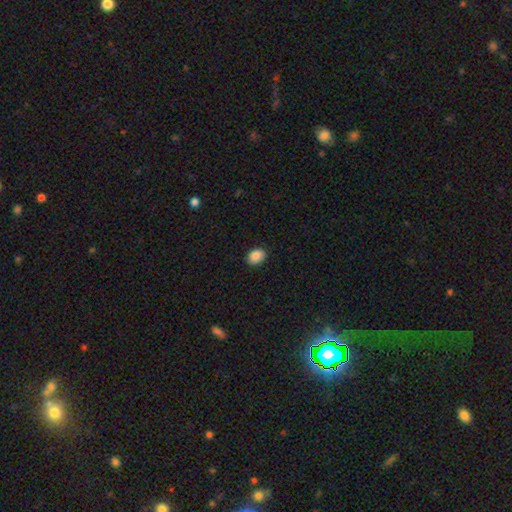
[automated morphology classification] Overall: smooth (88%). How rounded: in between (70%). Merging: none (89%).